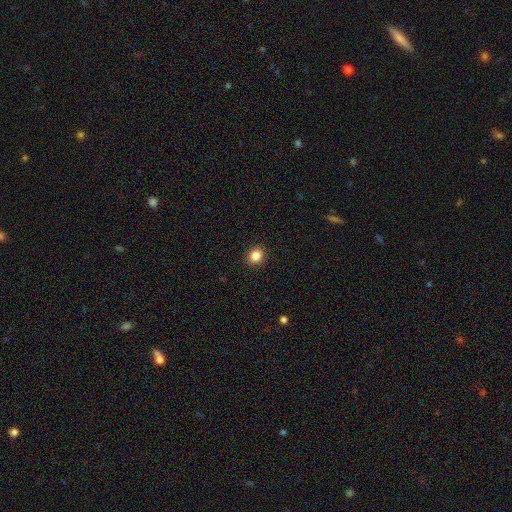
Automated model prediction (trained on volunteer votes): The model was most divided on "how rounded": round: 75%, in between: 24%, cigar-shaped: 1%. More confident: merging — none (92%); smooth or featured — smooth (85%).